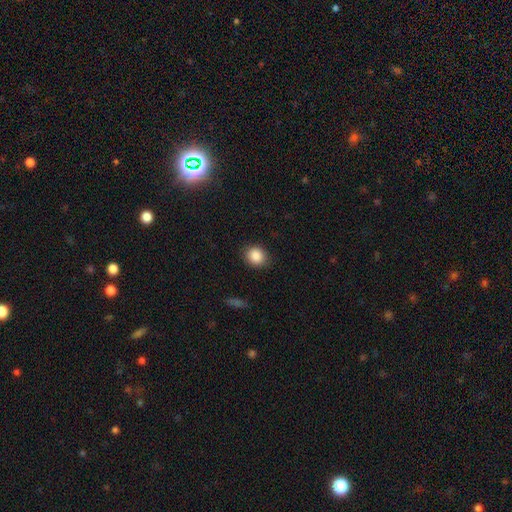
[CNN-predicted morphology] smooth_or_featured: smooth (p=0.87) [alt: star or artifact p=0.09]
how_rounded: round (p=0.67) [alt: in between p=0.32]
merging: none (p=0.87) [alt: minor disturbance p=0.10]